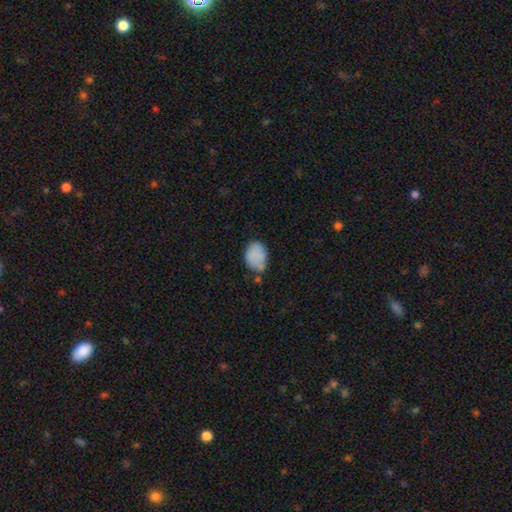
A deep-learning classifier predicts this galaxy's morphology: A smooth galaxy with no disk features (86%) that is in between round and cigar-shaped (75%).

Vote fractions:
- Smooth or featured? smooth: 86% / star or artifact: 8% / featured or disk: 7%
- How rounded? in between: 75% / round: 23% / cigar-shaped: 1%
- Merging? none: 60% / minor disturbance: 27% / merger: 7% / major disturbance: 6%